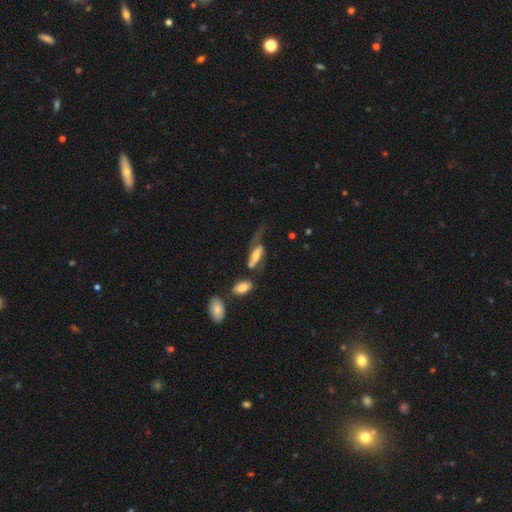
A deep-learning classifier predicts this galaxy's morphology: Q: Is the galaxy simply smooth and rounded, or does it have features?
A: featured or disk — 46%.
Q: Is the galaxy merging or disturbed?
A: major disturbance — 40%.